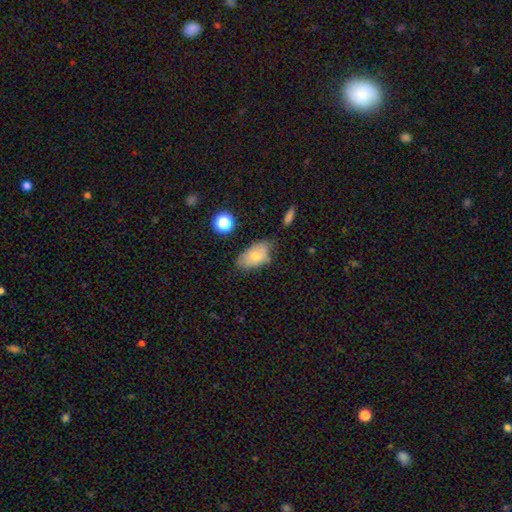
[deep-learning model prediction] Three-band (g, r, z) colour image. It shows a smooth galaxy with no disk features (71%) that is in between round and cigar-shaped (90%). Merging: none (57%).